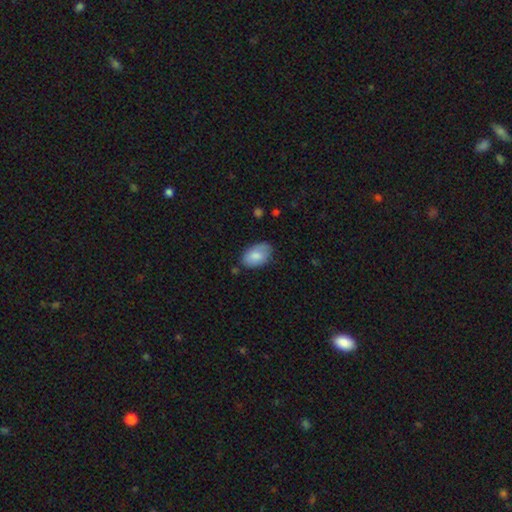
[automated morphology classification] Smooth or featured: smooth — 79% (featured or disk — 14%)
How rounded: in between — 92% (round — 7%)
Merging: none — 68% (minor disturbance — 25%)